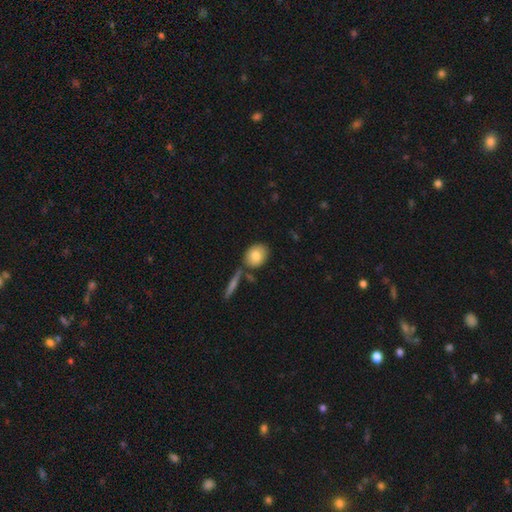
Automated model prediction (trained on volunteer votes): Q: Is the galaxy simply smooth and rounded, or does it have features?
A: smooth — 81%.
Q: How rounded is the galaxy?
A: in between — 55%.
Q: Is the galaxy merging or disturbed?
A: none — 71%.